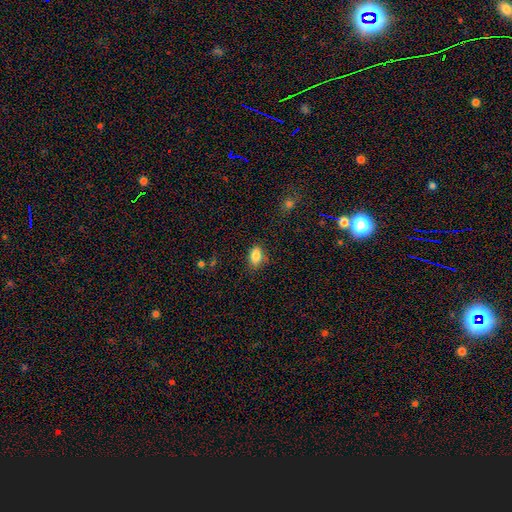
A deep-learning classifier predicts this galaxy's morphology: This is clearly a smooth galaxy (84%). How rounded: clearly in between (85%). Merging: likely none (79%).